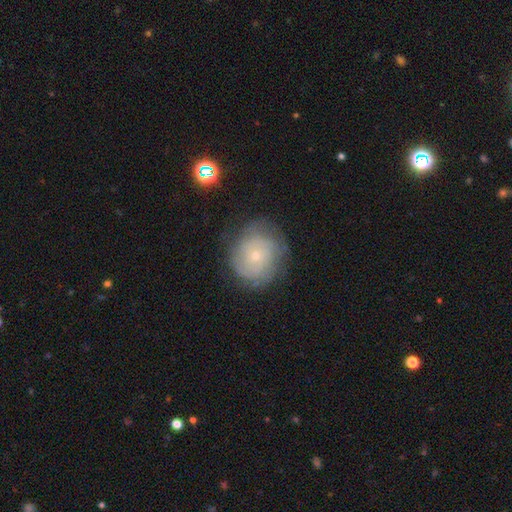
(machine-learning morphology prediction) Smooth or featured? Predicted: featured or disk (p=0.54). Edge-on disk? Predicted: no (p=0.97). Bar? Predicted: no (p=0.86). Spiral arms? Predicted: yes (p=0.76). Bulge size? Predicted: small (p=0.79). Merging? Predicted: none (p=0.71).